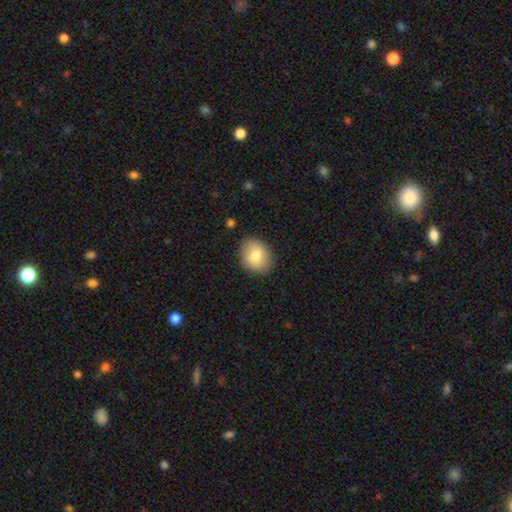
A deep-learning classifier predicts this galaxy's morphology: Q: Smooth or featured?
A: smooth (78%); runner-up: featured or disk (14%)
Q: How rounded?
A: in between (52%); runner-up: round (47%)
Q: Merging?
A: none (84%); runner-up: minor disturbance (12%)